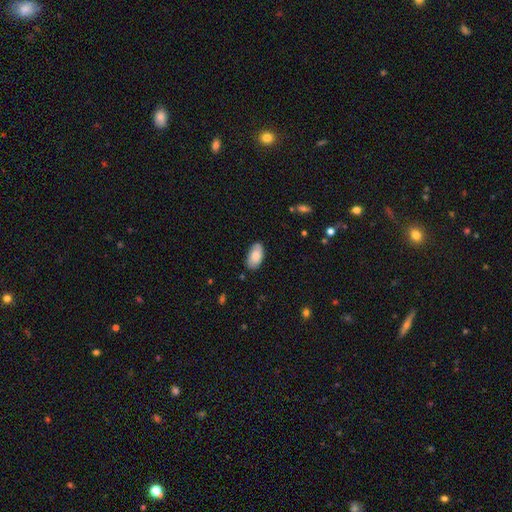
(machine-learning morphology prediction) Smooth or featured?
  - smooth: 81% *
  - featured or disk: 13%
  - star or artifact: 6%
How rounded?
  - in between: 95% *
  - round: 3%
  - cigar-shaped: 2%
Merging?
  - none: 79% *
  - minor disturbance: 17%
  - major disturbance: 3%
  - merger: 1%